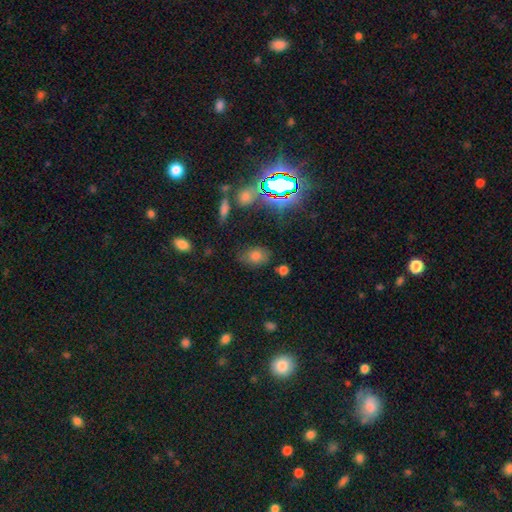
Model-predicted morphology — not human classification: Smooth or featured: smooth — 66% (star or artifact — 24%)
How rounded: in between — 73% (round — 25%)
Merging: none — 75% (minor disturbance — 16%)